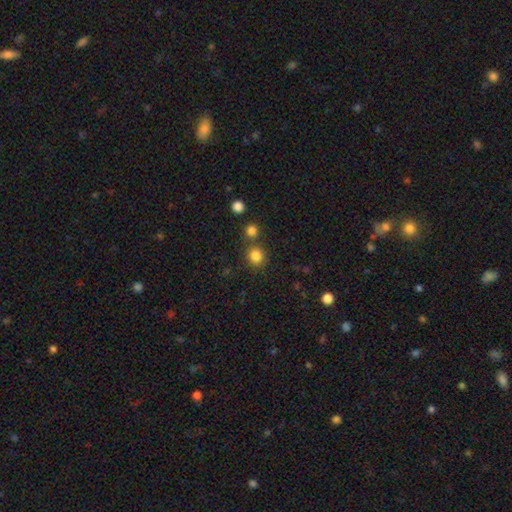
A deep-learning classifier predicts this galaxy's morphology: smooth 83%, star or artifact 13%, featured or disk 5%. Down the decision tree: how rounded — round (88%); merging — none (75%).